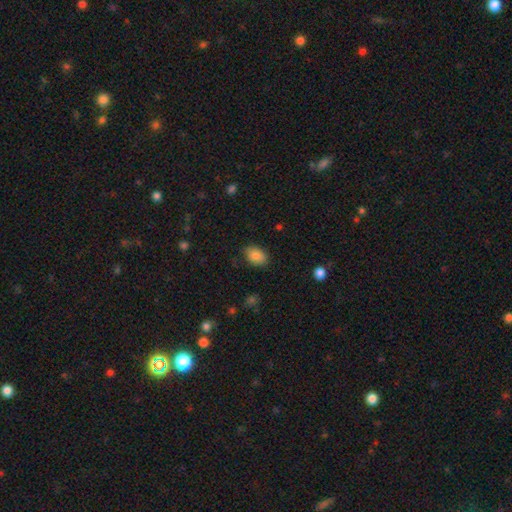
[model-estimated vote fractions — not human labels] smooth-or-featured: smooth: 86% | star or artifact: 8% | featured or disk: 6%
  how-rounded: in between: 81% | round: 18% | cigar-shaped: 1%
  merging: none: 83% | minor disturbance: 13% | major disturbance: 3% | merger: 1%